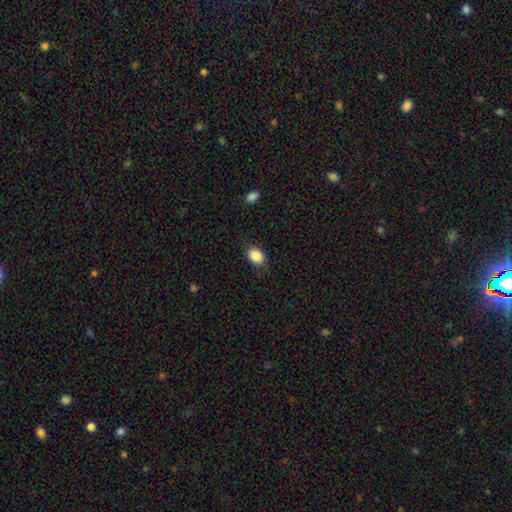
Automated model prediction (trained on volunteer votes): smooth-or-featured: smooth: 88% | star or artifact: 9% | featured or disk: 4%
  how-rounded: in between: 65% | round: 34% | cigar-shaped: 1%
  merging: none: 82% | minor disturbance: 14% | major disturbance: 3% | merger: 1%